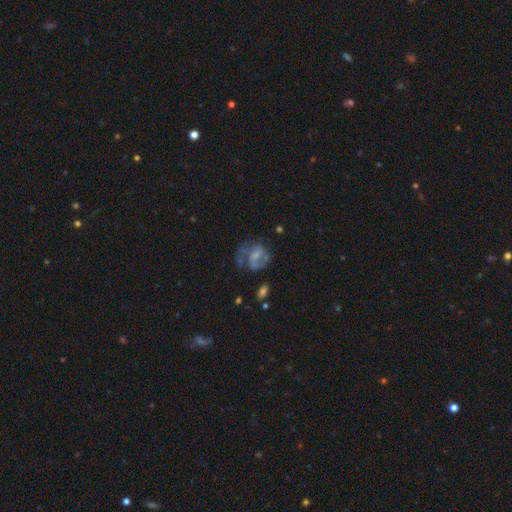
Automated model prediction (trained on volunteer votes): Overall: featured or disk (58%; smooth 32%). Edge-on disk: no (97%). Bar: no (59%; weak 32%). Spiral arms: no (51%; yes 49%). Bulge size: none (39%; moderate 26%). Merging: none (37%; major disturbance 34%).